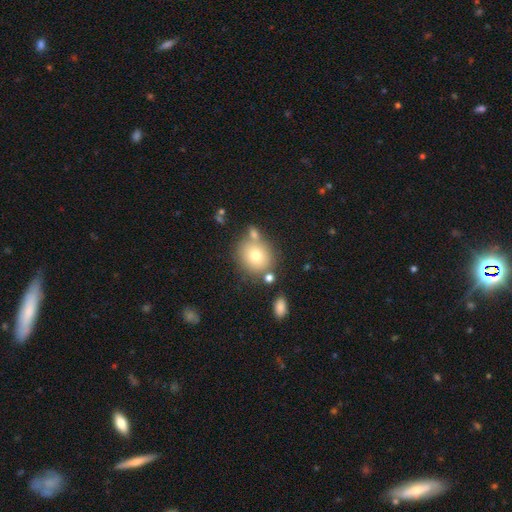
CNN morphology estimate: Smooth or featured: smooth — 72% (featured or disk — 16%)
How rounded: round — 77% (in between — 22%)
Merging: none — 66% (merger — 17%)